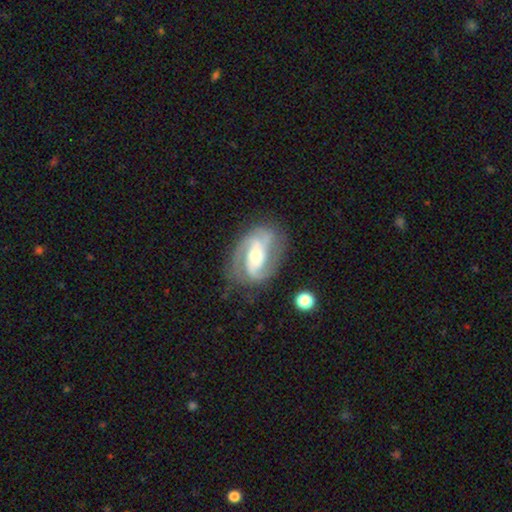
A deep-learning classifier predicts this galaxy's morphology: Overall: featured or disk (87%). Edge-on disk: no (96%). Bar: weak (35%; no 34%). Spiral arms: yes (96%). Spiral arm count: 2 (65%). Spiral winding: medium (47%; tight 35%). Bulge size: moderate (60%; small 34%). Merging: none (71%).